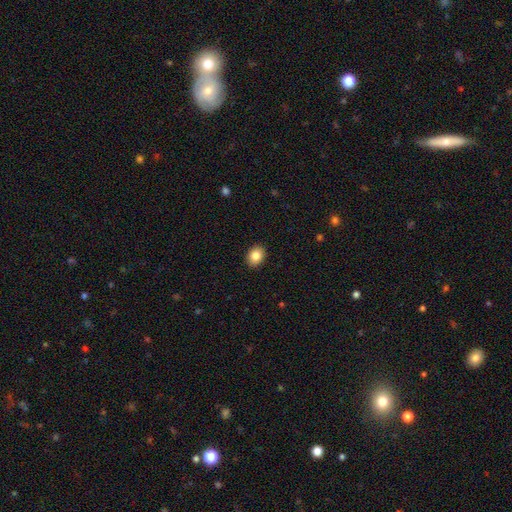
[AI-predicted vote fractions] Overall: smooth (85%). How rounded: in between (57%; round 42%). Merging: none (91%).